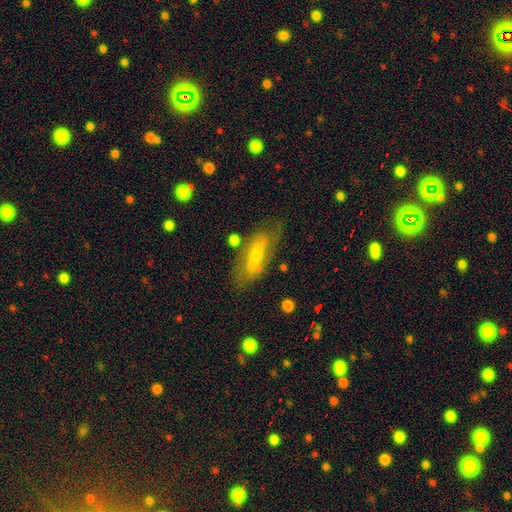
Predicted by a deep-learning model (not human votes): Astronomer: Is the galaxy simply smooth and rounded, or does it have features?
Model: featured or disk — 50% (runner-up: smooth, 42%).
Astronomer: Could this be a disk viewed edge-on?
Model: no — 71%.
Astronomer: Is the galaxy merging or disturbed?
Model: none — 67%.